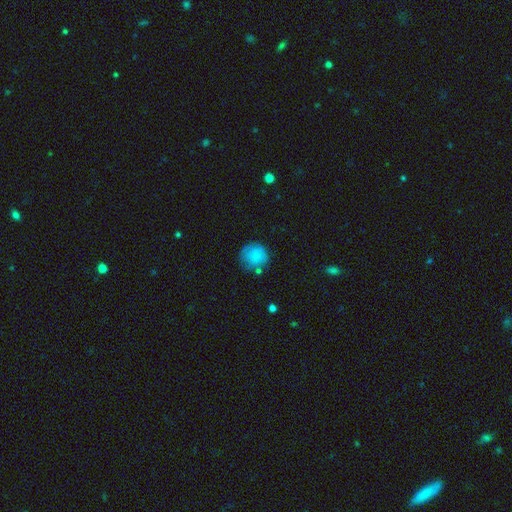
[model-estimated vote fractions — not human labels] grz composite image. It shows a smooth galaxy with no disk features (83%) that is round (90%). Merging: none (68%).